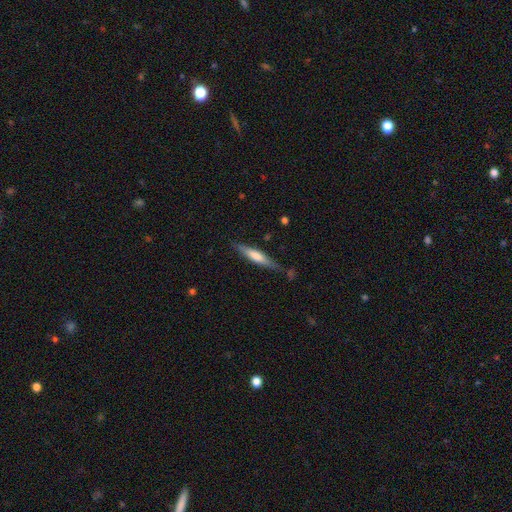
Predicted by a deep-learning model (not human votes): Smooth or featured? Predicted: smooth (p=0.49). Merging? Predicted: none (p=0.80).